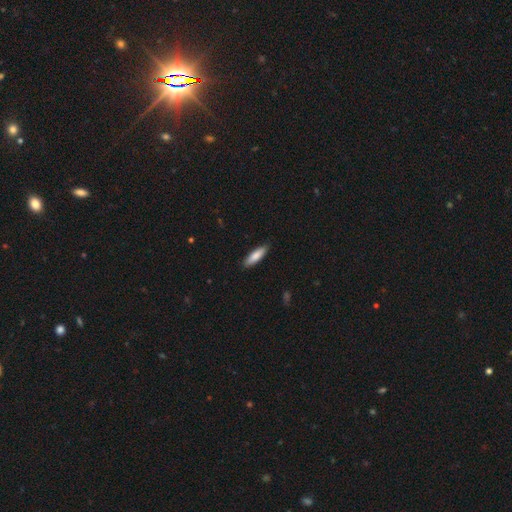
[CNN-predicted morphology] Smooth or featured?
  - smooth: 84% *
  - featured or disk: 11%
  - star or artifact: 5%
How rounded?
  - cigar-shaped: 59% *
  - in between: 40%
  - round: 1%
Merging?
  - none: 88% *
  - minor disturbance: 10%
  - major disturbance: 2%
  - merger: 1%